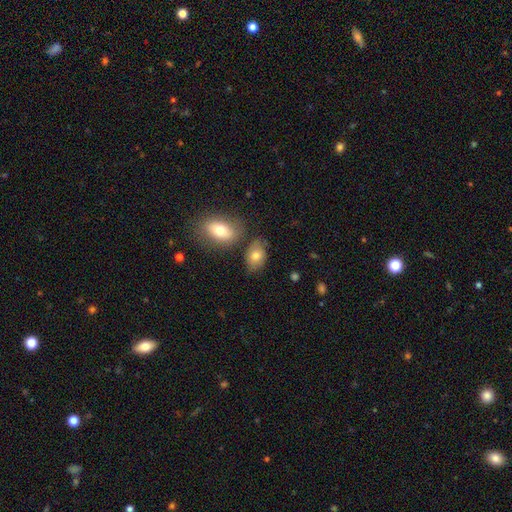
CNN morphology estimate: This appears to be a smooth galaxy with no disk features (75%) that is in between round and cigar-shaped (85%). Merging: none (65%).